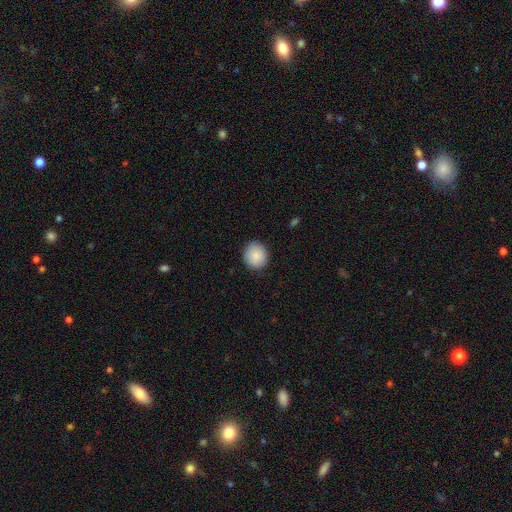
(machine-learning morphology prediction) smooth-or-featured: smooth: 88% | star or artifact: 7% | featured or disk: 5%
  how-rounded: round: 85% | in between: 14% | cigar-shaped: 1%
  merging: none: 88% | minor disturbance: 9% | major disturbance: 2% | merger: 1%